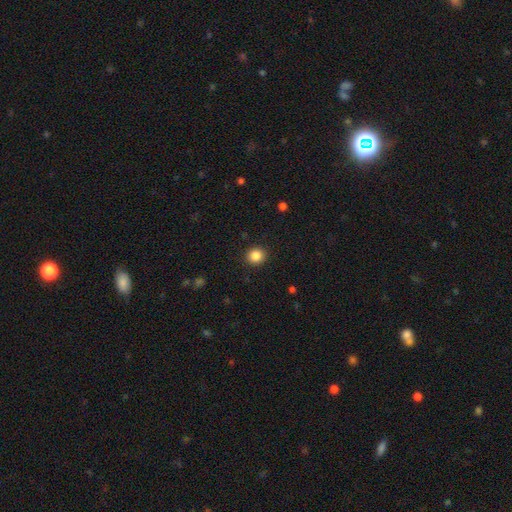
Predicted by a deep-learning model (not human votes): Smooth or featured: smooth — 86% (star or artifact — 10%)
How rounded: round — 86% (in between — 13%)
Merging: none — 92% (minor disturbance — 6%)